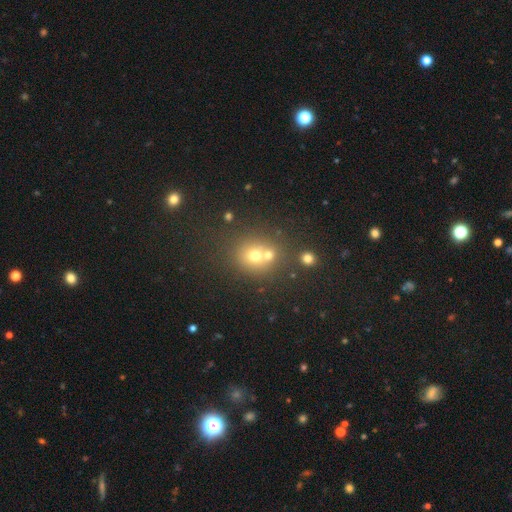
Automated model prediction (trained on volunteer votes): smooth-or-featured: smooth: 66% | star or artifact: 19% | featured or disk: 15%
  how-rounded: round: 80% | in between: 19% | cigar-shaped: 1%
  merging: none: 50% | merger: 38% | minor disturbance: 8% | major disturbance: 4%